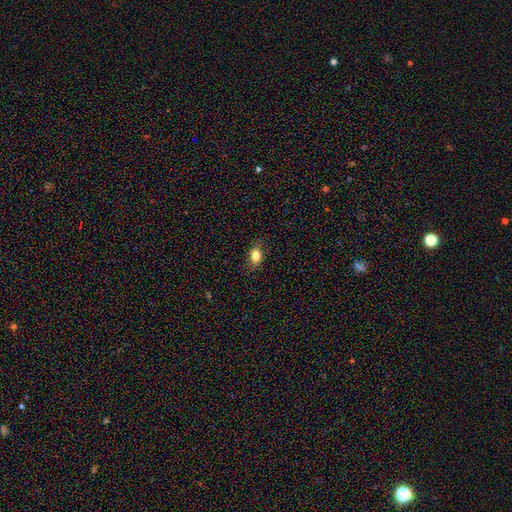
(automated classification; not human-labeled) Smooth or featured? Predicted: smooth (p=0.82). How rounded? Predicted: in between (p=0.79). Merging? Predicted: none (p=0.81).